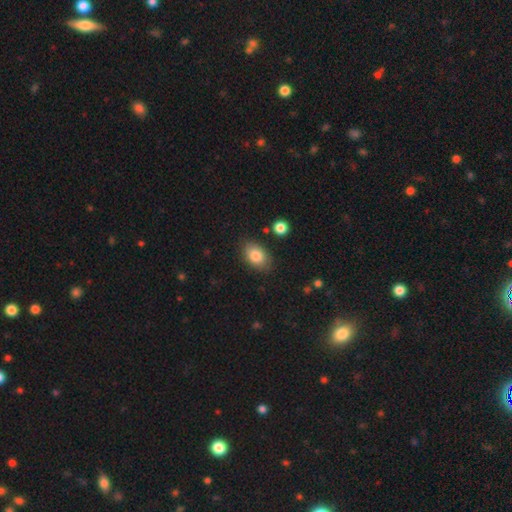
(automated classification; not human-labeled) This appears to be a smooth galaxy with no disk features (83%) that is in between round and cigar-shaped (85%). Merging: none (83%).